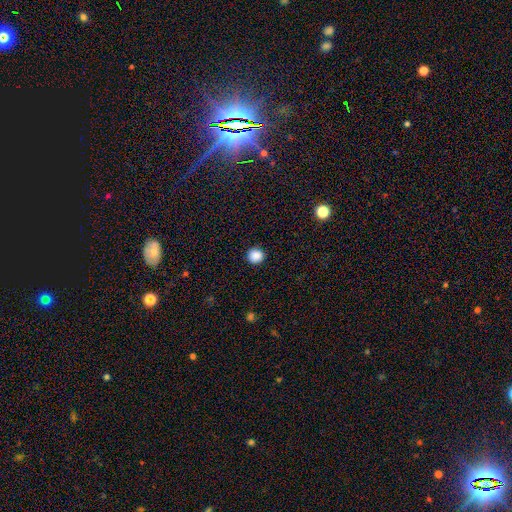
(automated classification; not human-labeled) Smooth or featured?
  - smooth: 88% *
  - star or artifact: 10%
  - featured or disk: 3%
How rounded?
  - round: 93% *
  - in between: 6%
  - cigar-shaped: 1%
Merging?
  - none: 91% *
  - minor disturbance: 6%
  - major disturbance: 2%
  - merger: 1%